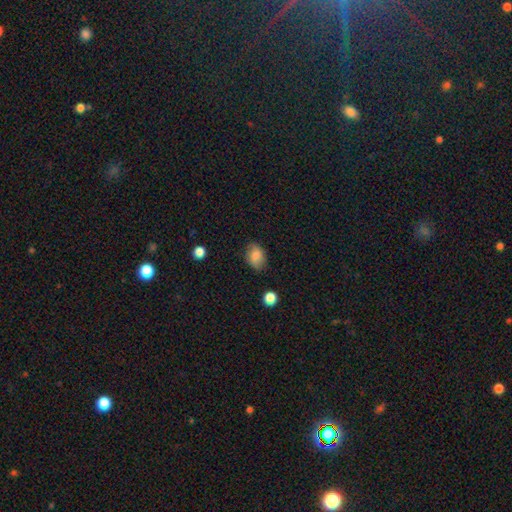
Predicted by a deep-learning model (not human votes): This appears to be a smooth galaxy with no disk features (83%) that is in between round and cigar-shaped (76%). Merging: none (76%).